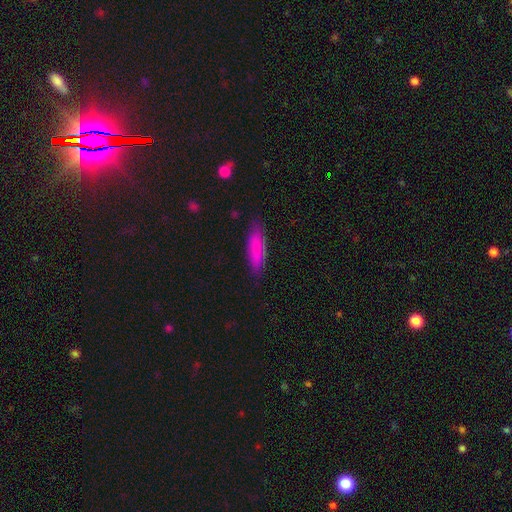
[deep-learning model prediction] A smooth galaxy with no disk features (77%) that is in between round and cigar-shaped (63%). Merging: none (80%).